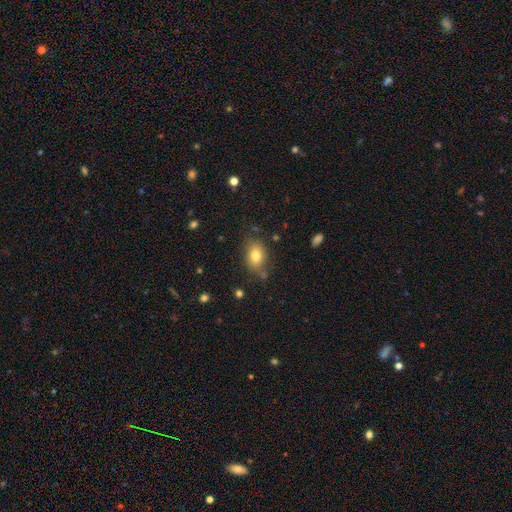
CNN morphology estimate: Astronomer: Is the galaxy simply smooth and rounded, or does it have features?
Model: smooth — 79%.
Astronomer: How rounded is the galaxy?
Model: in between — 80%.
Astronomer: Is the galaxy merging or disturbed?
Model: none — 74%.